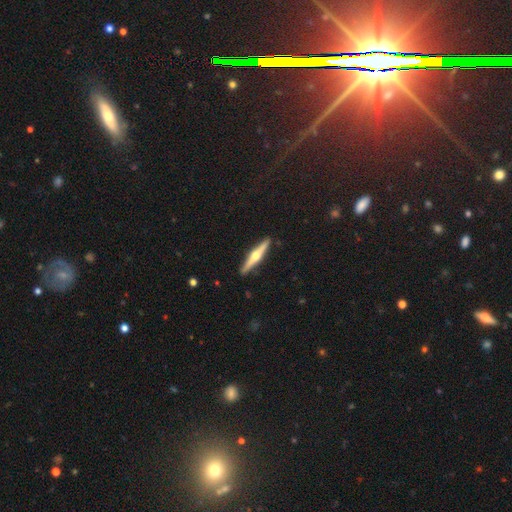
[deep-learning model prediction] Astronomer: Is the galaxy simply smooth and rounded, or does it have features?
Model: featured or disk — 72%.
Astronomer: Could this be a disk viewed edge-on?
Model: yes — 98%.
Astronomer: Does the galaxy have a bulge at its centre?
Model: rounded — 95%.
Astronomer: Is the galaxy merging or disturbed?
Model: none — 92%.